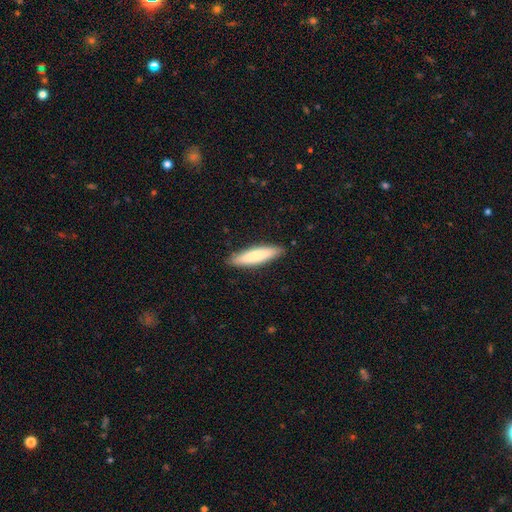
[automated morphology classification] A smooth galaxy with no disk features (79%) that is cigar-shaped (77%).

Vote fractions:
- Smooth or featured? smooth: 79% / featured or disk: 15% / star or artifact: 5%
- How rounded? cigar-shaped: 77% / in between: 22% / round: 1%
- Merging? none: 89% / minor disturbance: 9% / major disturbance: 2% / merger: 1%